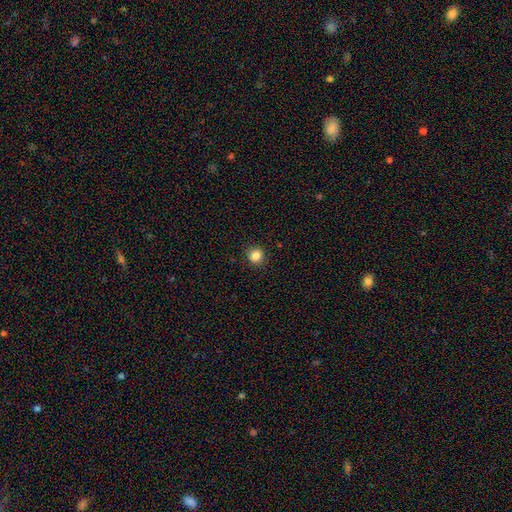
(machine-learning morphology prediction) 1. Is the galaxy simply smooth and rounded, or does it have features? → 85% smooth, 11% star or artifact, 4% featured or disk.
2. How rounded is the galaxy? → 91% round, 8% in between, 1% cigar-shaped.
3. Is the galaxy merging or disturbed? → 91% none, 6% minor disturbance, 2% major disturbance, 1% merger.